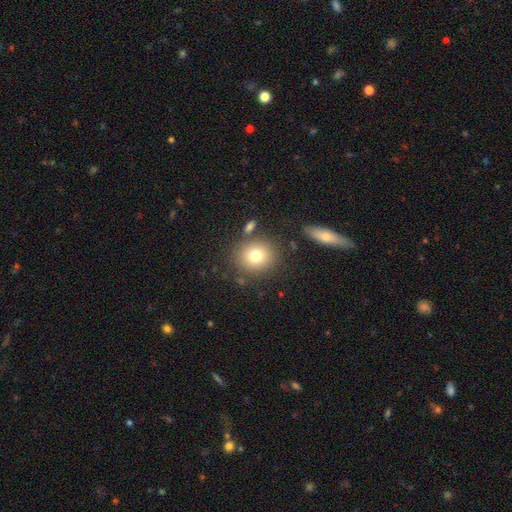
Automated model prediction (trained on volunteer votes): A smooth galaxy with no disk features (77%) that is round (79%).

Vote fractions:
- Smooth or featured? smooth: 77% / featured or disk: 12% / star or artifact: 11%
- How rounded? round: 79% / in between: 20% / cigar-shaped: 1%
- Merging? none: 78% / minor disturbance: 10% / merger: 8% / major disturbance: 4%